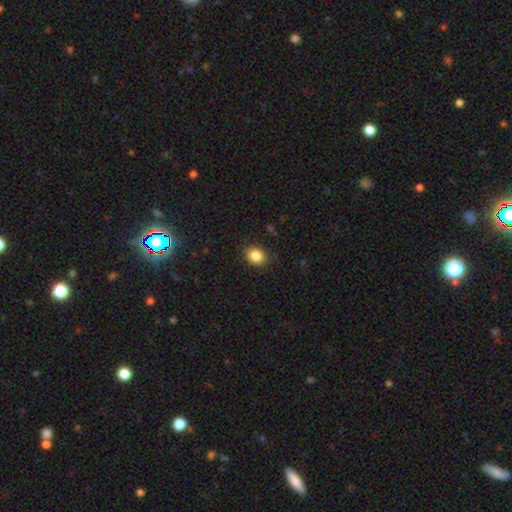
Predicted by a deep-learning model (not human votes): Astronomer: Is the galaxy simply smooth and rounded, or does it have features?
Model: smooth — 86%.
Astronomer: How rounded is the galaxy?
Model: round — 56% (runner-up: in between, 43%).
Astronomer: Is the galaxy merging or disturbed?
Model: none — 84%.